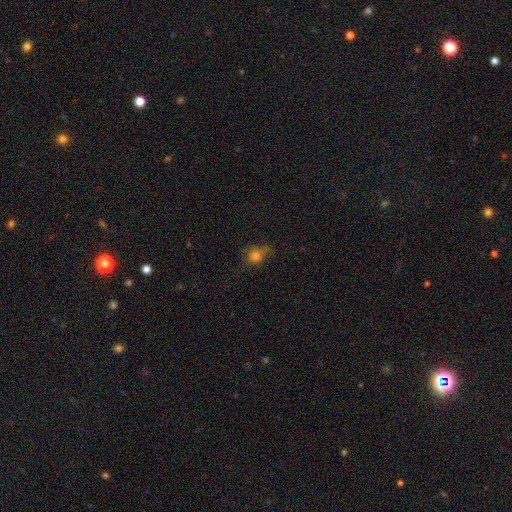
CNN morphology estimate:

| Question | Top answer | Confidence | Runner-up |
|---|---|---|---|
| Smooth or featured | smooth | 76% | star or artifact (15%) |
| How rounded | round | 67% | in between (31%) |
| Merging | none | 57% | minor disturbance (29%) |